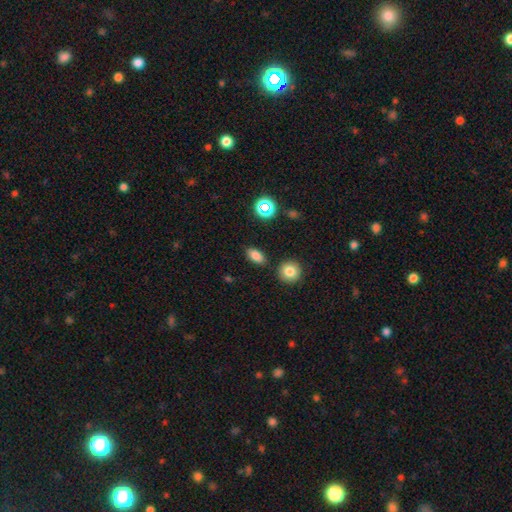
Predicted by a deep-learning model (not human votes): This is clearly a smooth galaxy (81%). How rounded: clearly in between (84%). Merging: clearly none (85%).